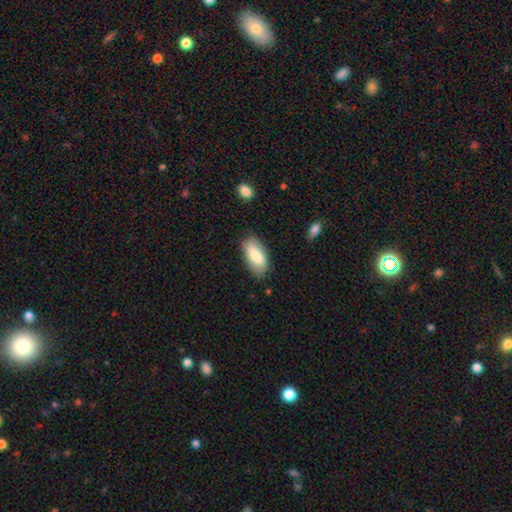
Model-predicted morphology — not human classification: Smooth or featured: smooth — 77% (featured or disk — 17%)
How rounded: in between — 87% (cigar-shaped — 10%)
Merging: none — 79% (minor disturbance — 16%)